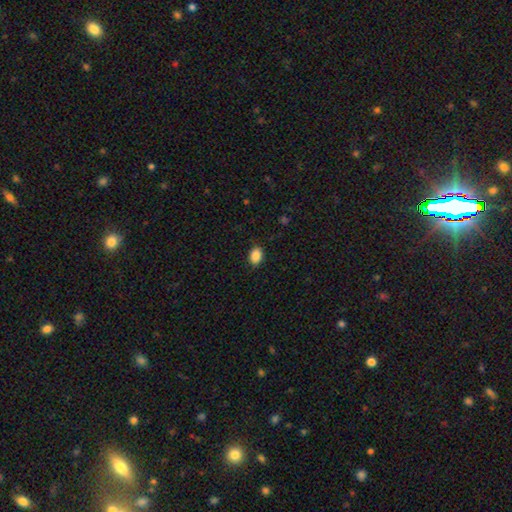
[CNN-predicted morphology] Smooth or featured? Predicted: smooth (p=0.88). How rounded? Predicted: in between (p=0.77). Merging? Predicted: none (p=0.87).